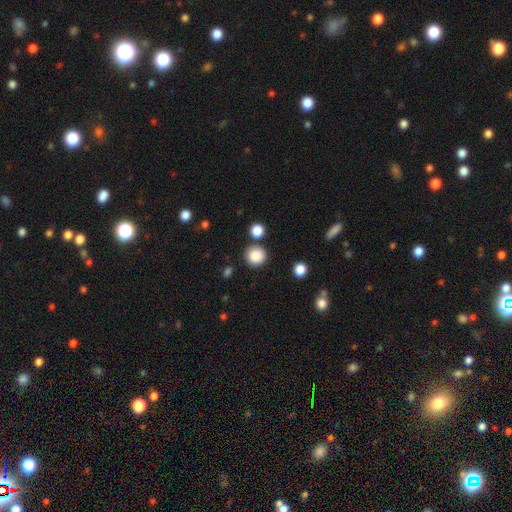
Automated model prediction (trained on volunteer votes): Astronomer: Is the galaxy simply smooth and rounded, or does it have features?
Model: smooth — 87%.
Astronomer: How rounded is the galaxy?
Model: round — 92%.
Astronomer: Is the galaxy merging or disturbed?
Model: none — 83%.